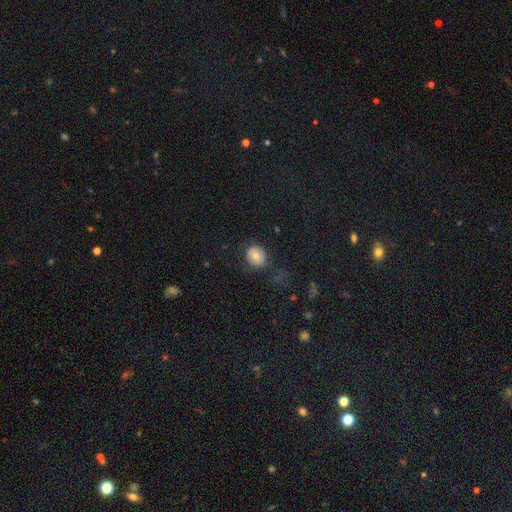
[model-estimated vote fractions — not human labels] This is likely a smooth galaxy (73%). How rounded: likely round (67%). Merging: likely none (75%).